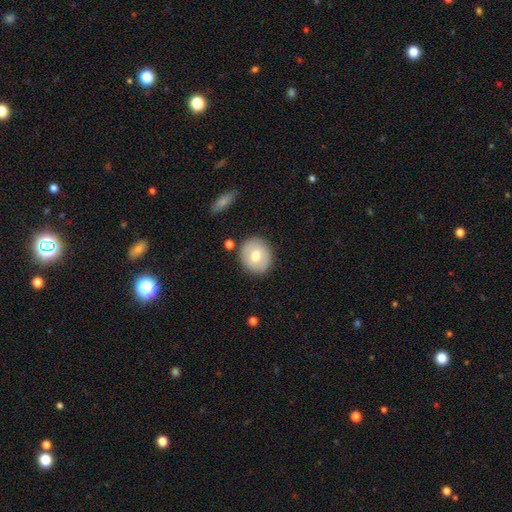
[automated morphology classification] smooth 67%, featured or disk 26%, star or artifact 7%. Down the decision tree: how rounded — round (79%); merging — none (85%).